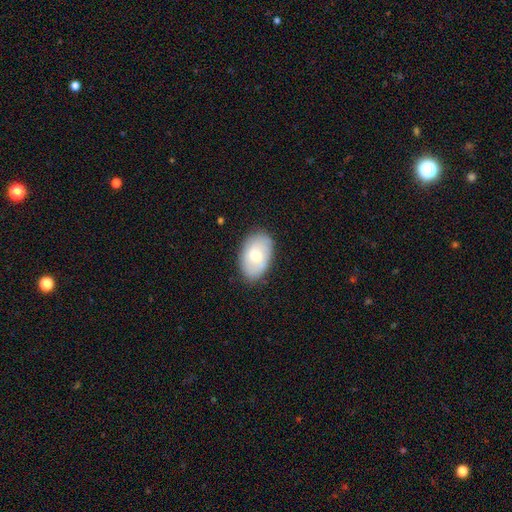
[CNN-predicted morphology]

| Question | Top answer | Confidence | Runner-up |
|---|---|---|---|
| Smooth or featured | smooth | 63% | featured or disk (30%) |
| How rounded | in between | 90% | round (9%) |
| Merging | none | 84% | minor disturbance (12%) |